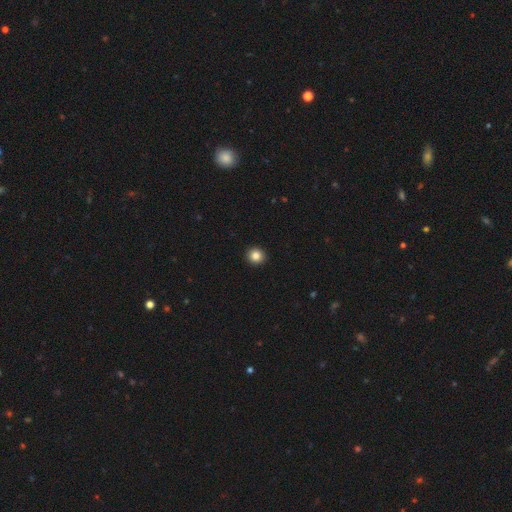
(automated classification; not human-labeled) smooth-or-featured: smooth: 85% | star or artifact: 10% | featured or disk: 5%
  how-rounded: round: 91% | in between: 8% | cigar-shaped: 1%
  merging: none: 93% | minor disturbance: 4% | major disturbance: 1% | merger: 1%